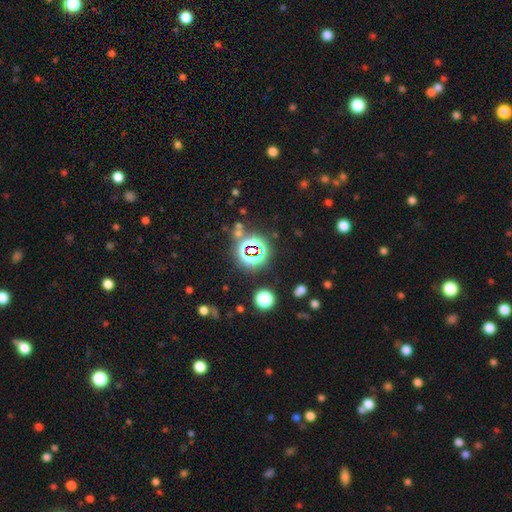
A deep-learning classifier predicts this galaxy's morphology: This appears to be a star or artifact, not a galaxy (78%).